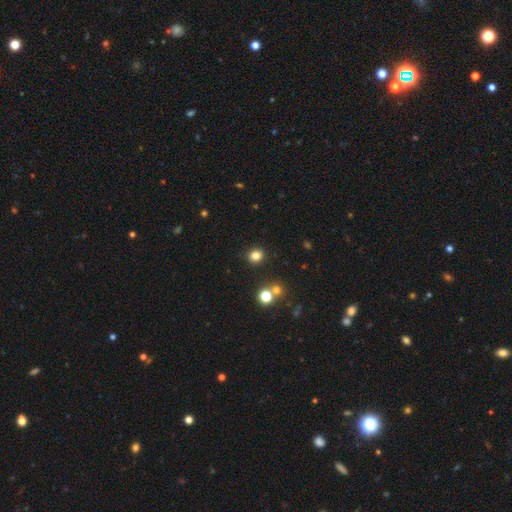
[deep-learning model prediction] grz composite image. It shows a smooth galaxy with no disk features (81%) that is round (75%). Merging: none (87%).